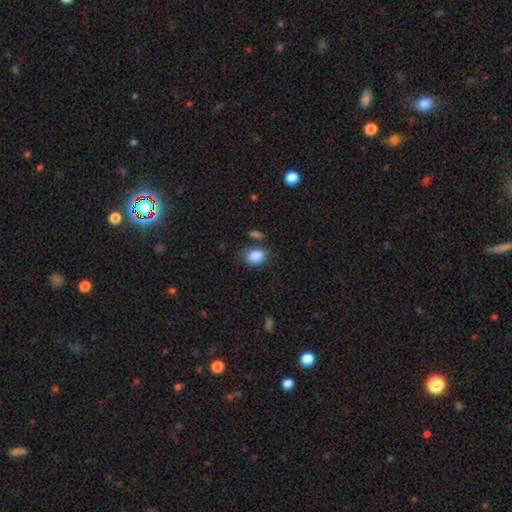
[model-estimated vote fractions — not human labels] Smooth or featured? Predicted: smooth (p=0.87). How rounded? Predicted: in between (p=0.60). Merging? Predicted: none (p=0.70).